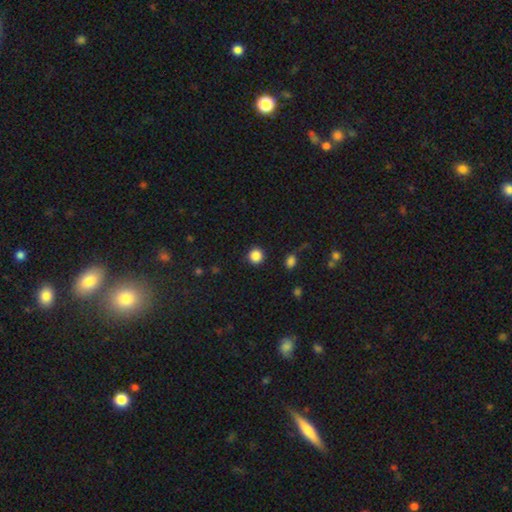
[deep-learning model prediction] Q: Smooth or featured?
A: smooth (86%); runner-up: star or artifact (11%)
Q: How rounded?
A: round (94%); runner-up: in between (5%)
Q: Merging?
A: none (91%); runner-up: minor disturbance (5%)